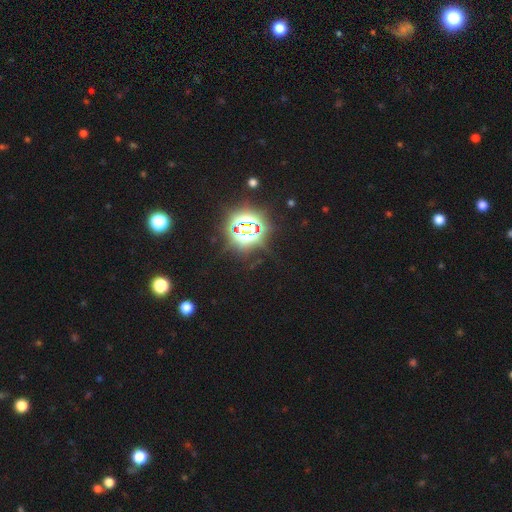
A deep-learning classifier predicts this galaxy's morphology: This is clearly a star or artifact rather than a galaxy (84%).